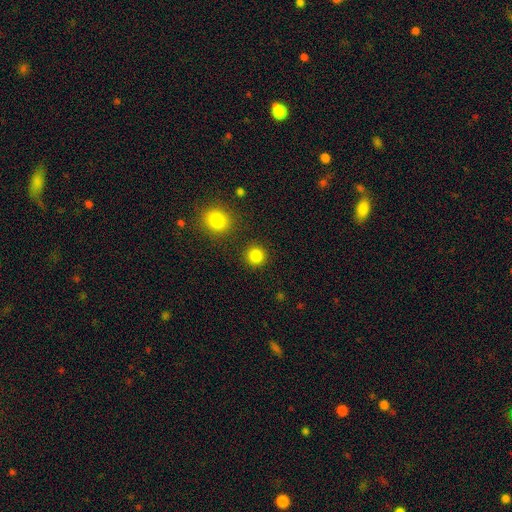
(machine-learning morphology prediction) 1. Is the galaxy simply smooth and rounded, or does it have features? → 84% smooth, 12% star or artifact, 4% featured or disk.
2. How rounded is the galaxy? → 94% round, 5% in between, 1% cigar-shaped.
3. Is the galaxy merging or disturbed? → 90% none, 5% minor disturbance, 3% merger, 2% major disturbance.